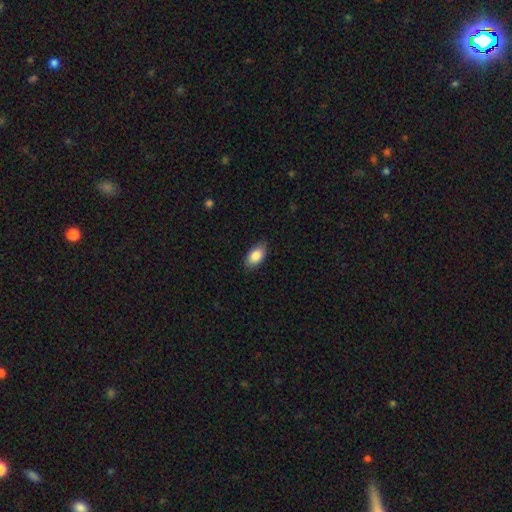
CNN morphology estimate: A smooth galaxy with no disk features (87%) that is in between round and cigar-shaped (93%). Merging: none (84%).